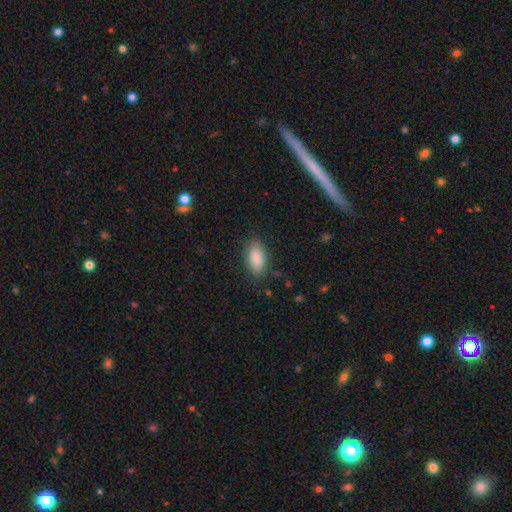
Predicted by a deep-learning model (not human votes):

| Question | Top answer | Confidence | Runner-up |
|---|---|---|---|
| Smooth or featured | smooth | 87% | star or artifact (7%) |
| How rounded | in between | 91% | cigar-shaped (6%) |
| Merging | none | 85% | minor disturbance (11%) |